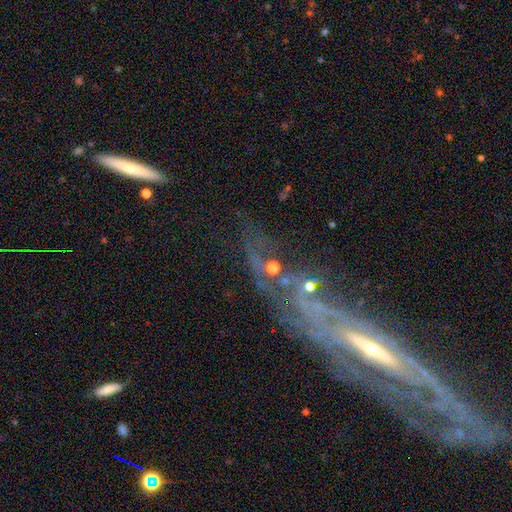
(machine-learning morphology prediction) type=featured or disk (64%); edge-on=no (58%); merging=none (59%).